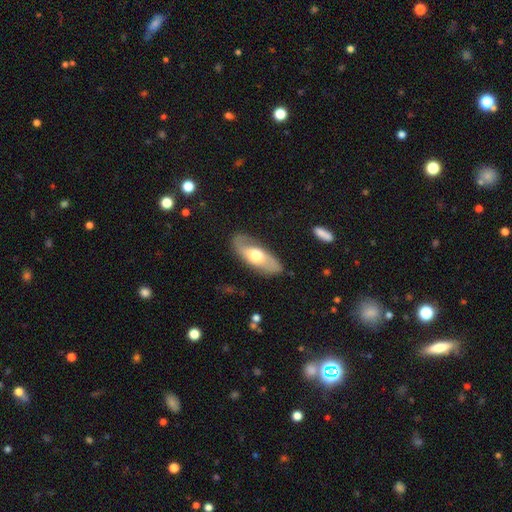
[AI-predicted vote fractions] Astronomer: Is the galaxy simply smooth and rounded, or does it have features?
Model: featured or disk — 60% (runner-up: smooth, 35%).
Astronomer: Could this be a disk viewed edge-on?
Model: no — 80%.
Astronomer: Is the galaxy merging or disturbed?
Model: none — 79%.